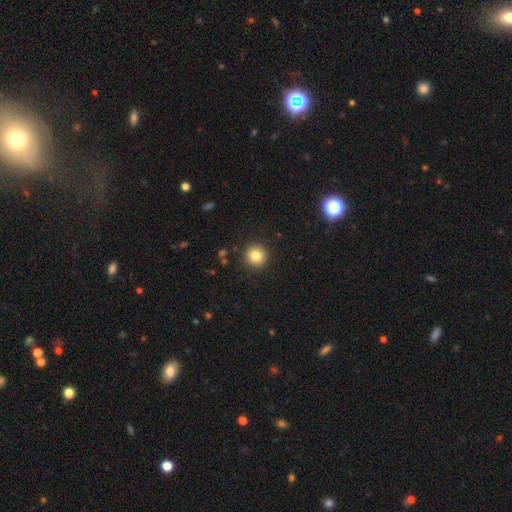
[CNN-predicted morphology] smooth-or-featured: smooth: 82% | star or artifact: 11% | featured or disk: 7%
  how-rounded: round: 94% | in between: 5% | cigar-shaped: 1%
  merging: none: 91% | minor disturbance: 6% | major disturbance: 2% | merger: 1%